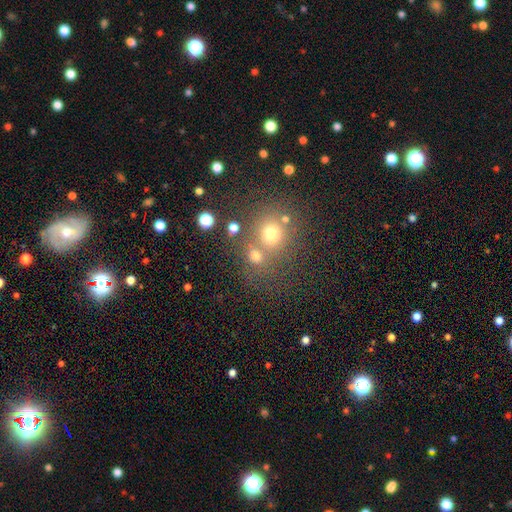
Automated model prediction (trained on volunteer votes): This is likely a smooth galaxy (66%). How rounded: likely round (77%). Merging: possibly none (53%).